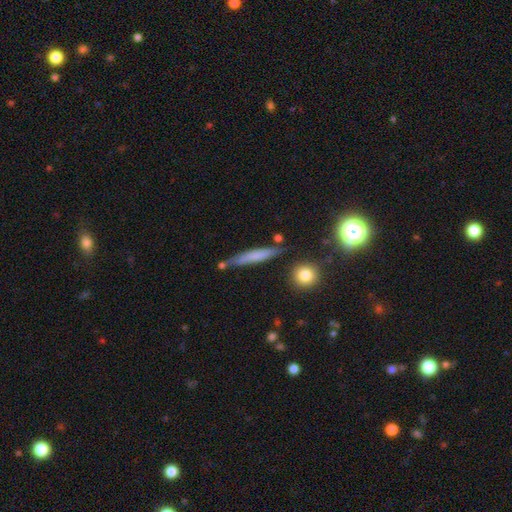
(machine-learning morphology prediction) The model was most divided on "smooth or featured": smooth: 59%, featured or disk: 32%, star or artifact: 9%. More confident: how rounded — cigar-shaped (90%); merging — none (73%).